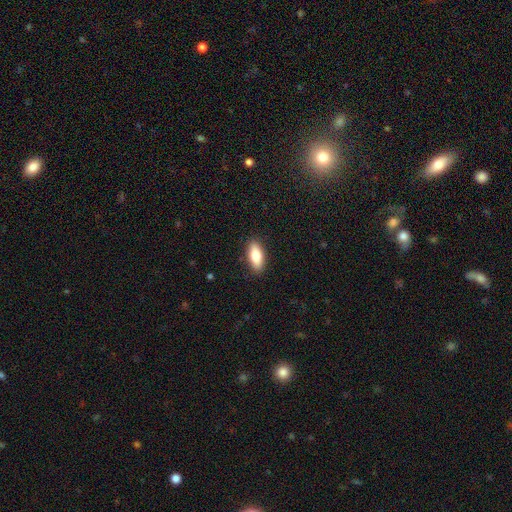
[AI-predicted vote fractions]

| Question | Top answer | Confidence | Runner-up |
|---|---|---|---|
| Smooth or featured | smooth | 80% | featured or disk (14%) |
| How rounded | in between | 81% | cigar-shaped (16%) |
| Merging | none | 89% | minor disturbance (8%) |